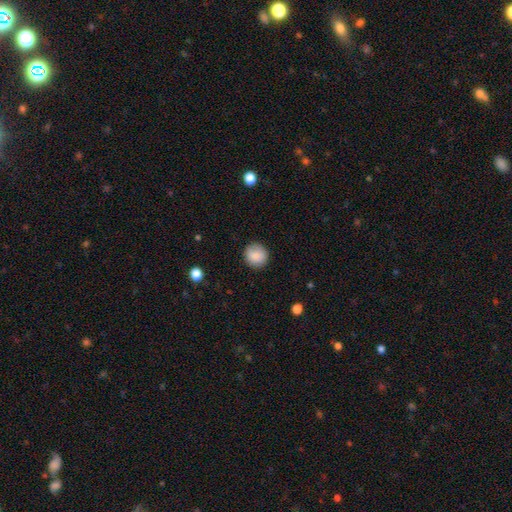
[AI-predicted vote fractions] Morphology: type=smooth (86%); roundness=round (92%); merging=none (87%).